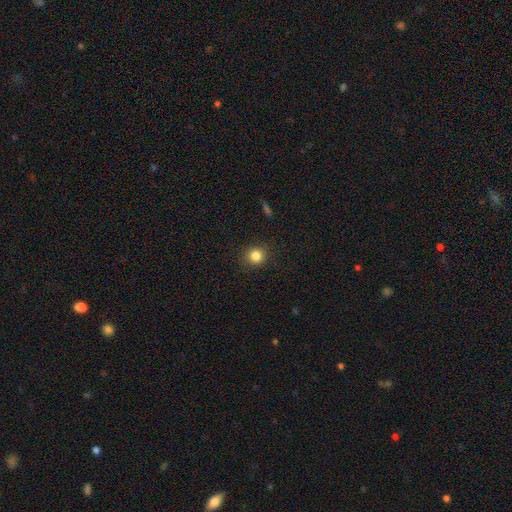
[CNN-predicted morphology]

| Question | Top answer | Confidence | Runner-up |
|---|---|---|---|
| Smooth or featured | smooth | 83% | star or artifact (12%) |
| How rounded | round | 90% | in between (9%) |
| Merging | none | 90% | minor disturbance (7%) |